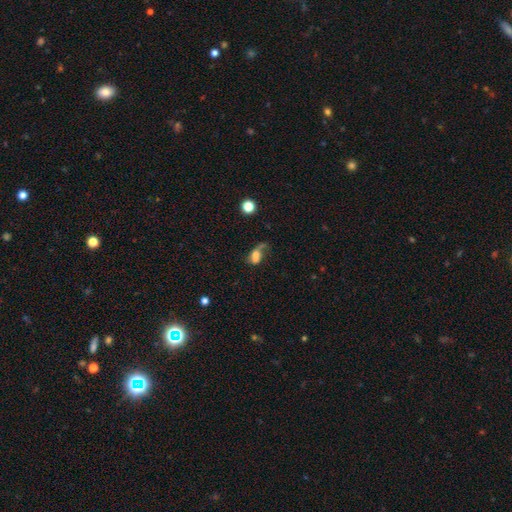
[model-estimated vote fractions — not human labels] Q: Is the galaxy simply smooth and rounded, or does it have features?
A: smooth — 47%.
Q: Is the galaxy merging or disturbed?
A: major disturbance — 38%.